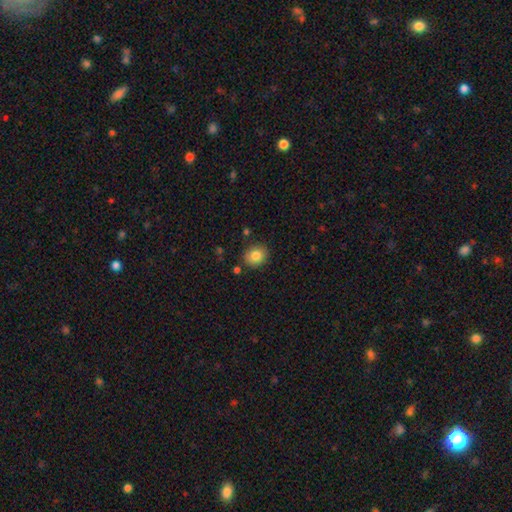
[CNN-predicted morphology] The model was most divided on "how rounded": round: 67%, in between: 32%, cigar-shaped: 1%. More confident: merging — none (86%); smooth or featured — smooth (83%).